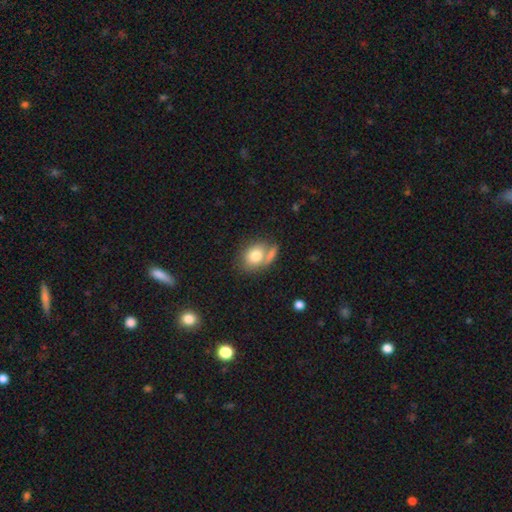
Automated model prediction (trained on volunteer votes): smooth 78%, featured or disk 14%, star or artifact 8%. Down the decision tree: how rounded — in between (56%); merging — none (49%).